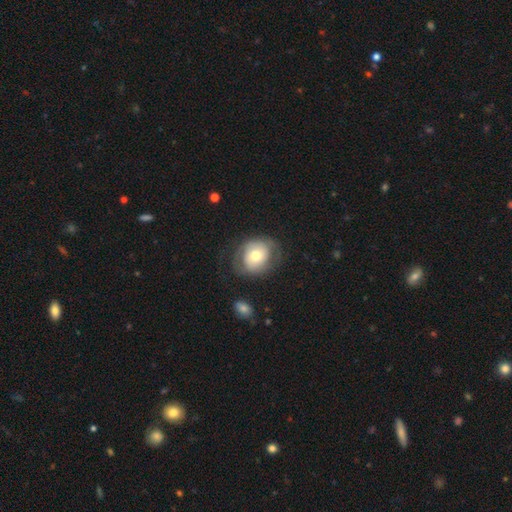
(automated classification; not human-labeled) Smooth or featured? Predicted: smooth (p=0.50). Merging? Predicted: none (p=0.63).